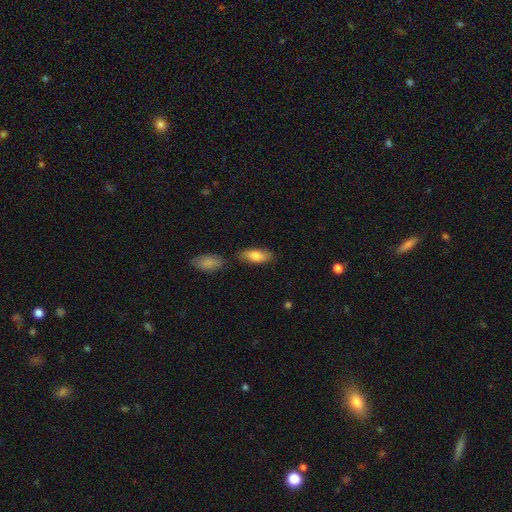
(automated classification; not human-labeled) Smooth or featured?
  - smooth: 80% *
  - featured or disk: 13%
  - star or artifact: 6%
How rounded?
  - in between: 84% *
  - cigar-shaped: 14%
  - round: 3%
Merging?
  - none: 75% *
  - minor disturbance: 14%
  - merger: 8%
  - major disturbance: 3%